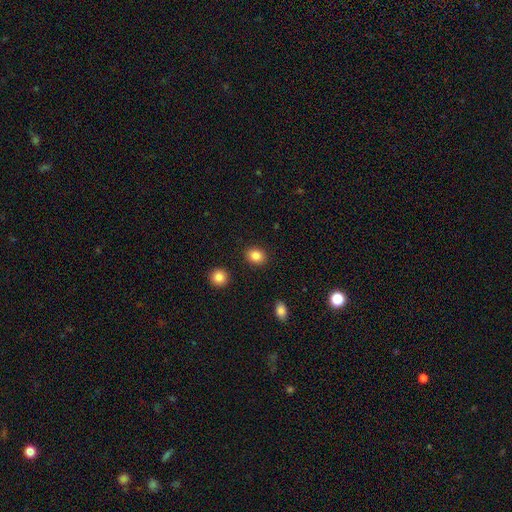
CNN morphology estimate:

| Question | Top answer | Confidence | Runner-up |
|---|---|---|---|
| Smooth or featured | smooth | 86% | star or artifact (9%) |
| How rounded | in between | 51% | round (48%) |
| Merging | none | 89% | minor disturbance (7%) |